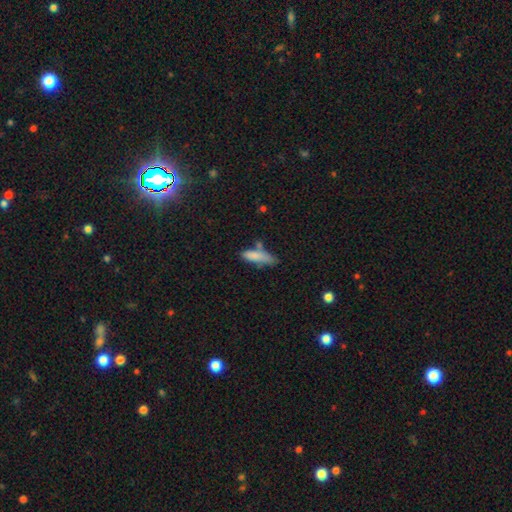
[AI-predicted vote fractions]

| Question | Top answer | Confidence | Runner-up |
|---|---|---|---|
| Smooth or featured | smooth | 81% | featured or disk (11%) |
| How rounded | cigar-shaped | 55% | in between (43%) |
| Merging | none | 51% | minor disturbance (27%) |